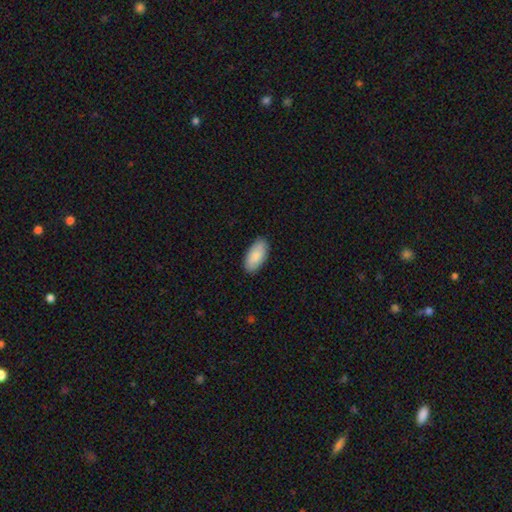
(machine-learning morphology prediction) Smooth or featured: smooth — 88% (featured or disk — 6%)
How rounded: in between — 94% (cigar-shaped — 4%)
Merging: none — 88% (minor disturbance — 9%)